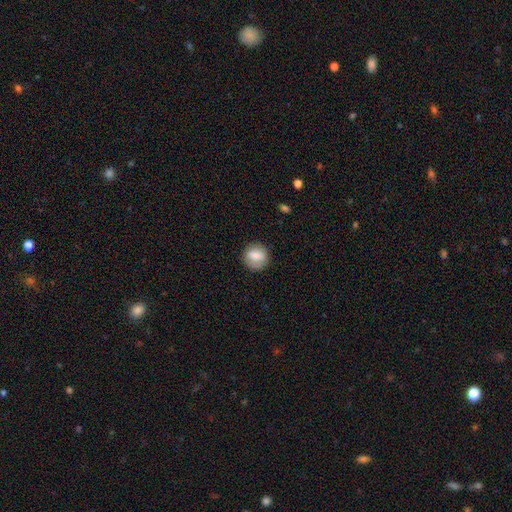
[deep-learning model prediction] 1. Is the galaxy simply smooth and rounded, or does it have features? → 74% smooth, 18% featured or disk, 8% star or artifact.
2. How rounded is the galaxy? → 79% round, 19% in between, 2% cigar-shaped.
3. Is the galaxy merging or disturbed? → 80% none, 14% minor disturbance, 5% major disturbance, 2% merger.